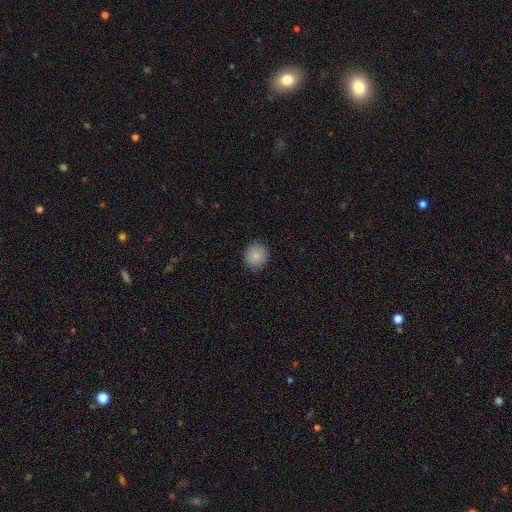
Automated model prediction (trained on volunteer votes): This is clearly a smooth galaxy (85%). How rounded: clearly round (89%). Merging: clearly none (90%).